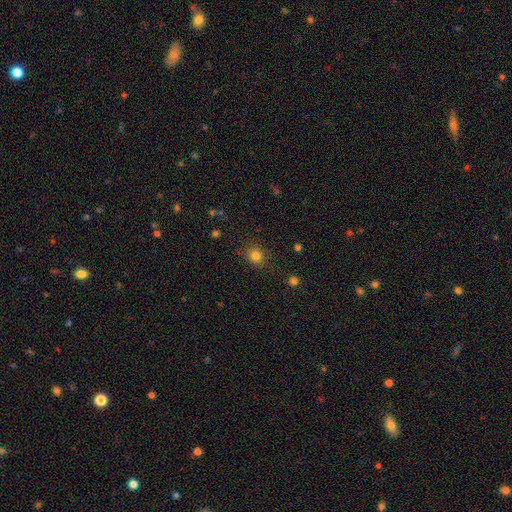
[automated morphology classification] A smooth galaxy with no disk features (81%) that is round (75%). Merging: none (85%).